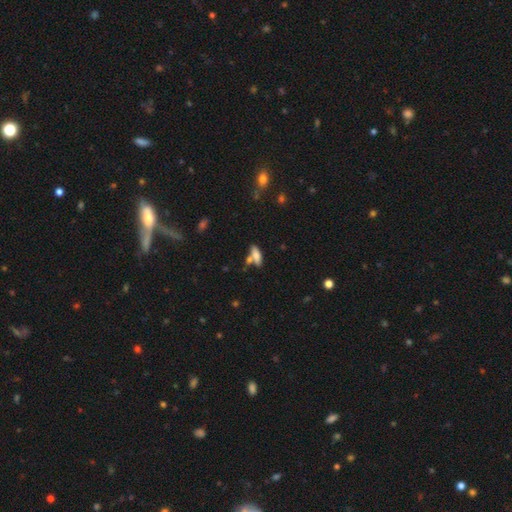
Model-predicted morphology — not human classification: This appears to be a smooth galaxy with no disk features (73%) that is in between round and cigar-shaped (64%). Merging: none (52%).